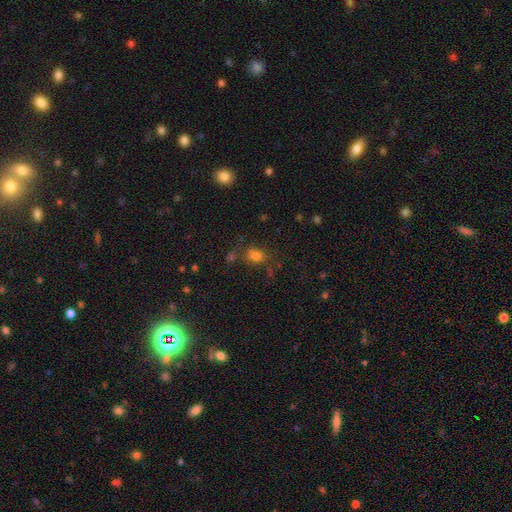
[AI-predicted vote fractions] This appears to be a smooth galaxy with no disk features (74%) that is round (50%). Merging: none (67%).